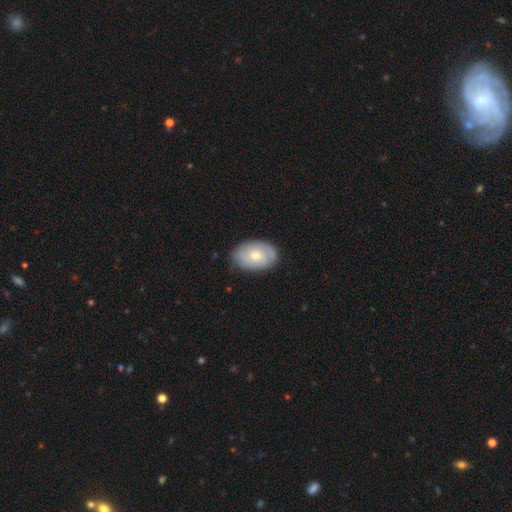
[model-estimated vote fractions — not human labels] This appears to be a smooth galaxy with no disk features (57%) that is in between round and cigar-shaped (87%). Merging: none (76%).